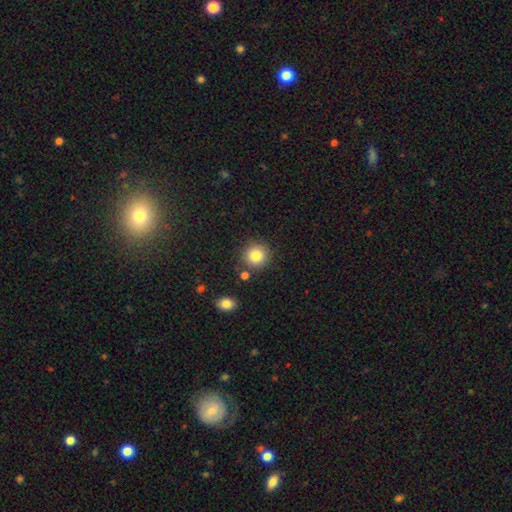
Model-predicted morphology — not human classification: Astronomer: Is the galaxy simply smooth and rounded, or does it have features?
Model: smooth — 83%.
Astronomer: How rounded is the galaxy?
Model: round — 92%.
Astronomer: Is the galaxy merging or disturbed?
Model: none — 84%.